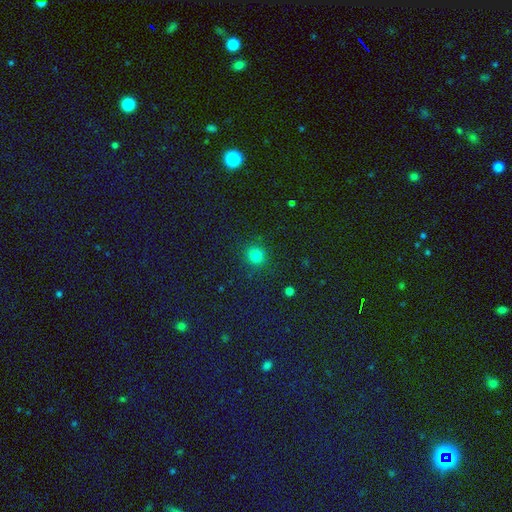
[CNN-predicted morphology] smooth 80%, star or artifact 15%, featured or disk 5%. Down the decision tree: how rounded — round (91%); merging — none (89%).